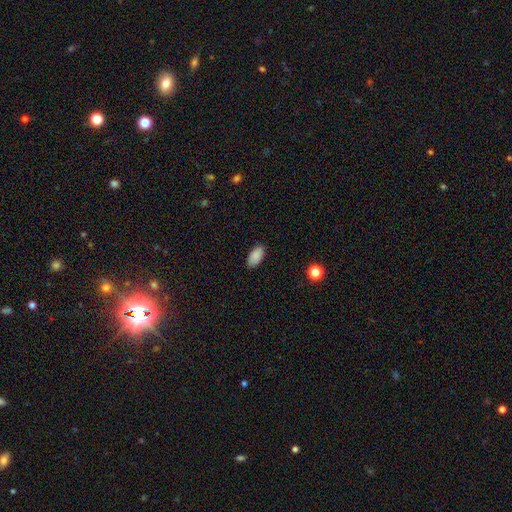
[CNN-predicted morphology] Smooth or featured? smooth (89%)
How rounded? in between (94%)
Merging? none (86%)